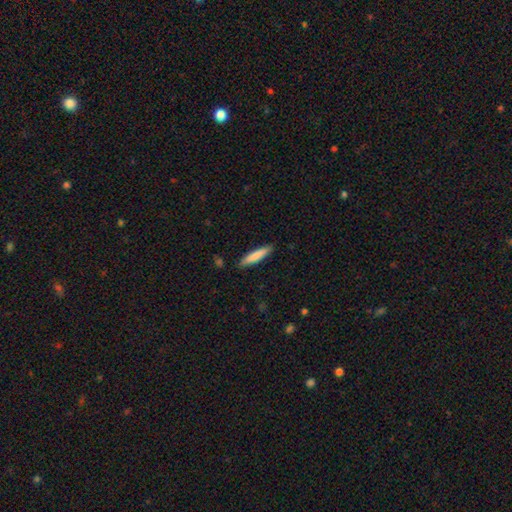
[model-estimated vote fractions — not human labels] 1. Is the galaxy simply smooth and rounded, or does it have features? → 80% smooth, 15% featured or disk, 5% star or artifact.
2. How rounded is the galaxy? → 87% cigar-shaped, 12% in between, 1% round.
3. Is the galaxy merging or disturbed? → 88% none, 9% minor disturbance, 2% major disturbance, 1% merger.